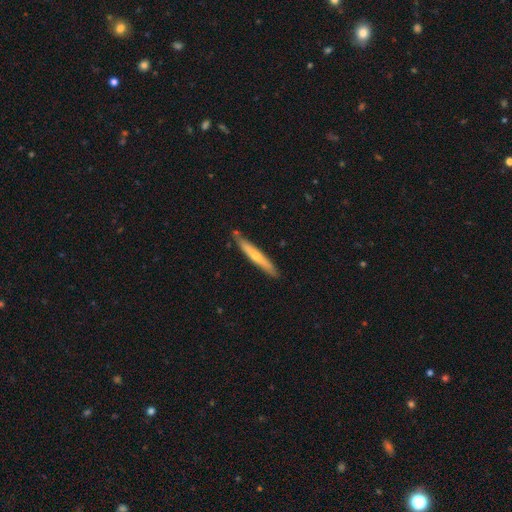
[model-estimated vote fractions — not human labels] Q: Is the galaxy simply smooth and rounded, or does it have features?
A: smooth — 49%.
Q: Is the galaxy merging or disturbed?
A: none — 84%.